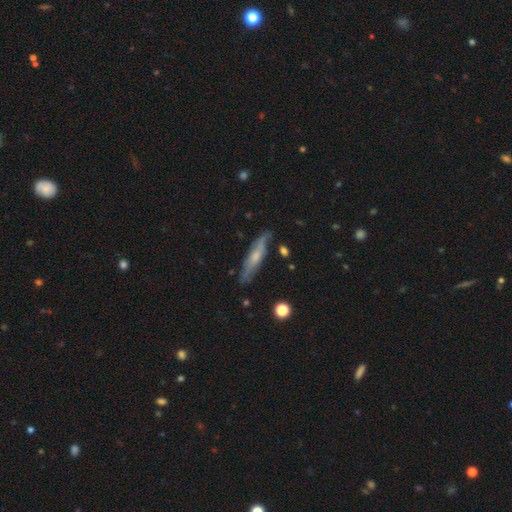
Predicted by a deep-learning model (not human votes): smooth-or-featured: featured or disk: 49% | smooth: 44% | star or artifact: 7%
  merging: none: 78% | minor disturbance: 16% | major disturbance: 3% | merger: 2%